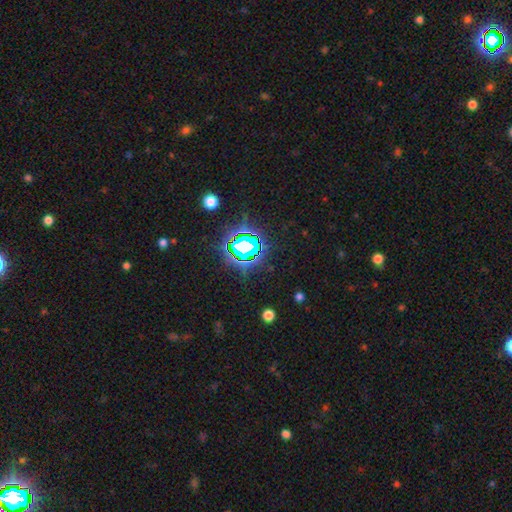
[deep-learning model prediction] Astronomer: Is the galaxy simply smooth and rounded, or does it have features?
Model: star or artifact — 82%.